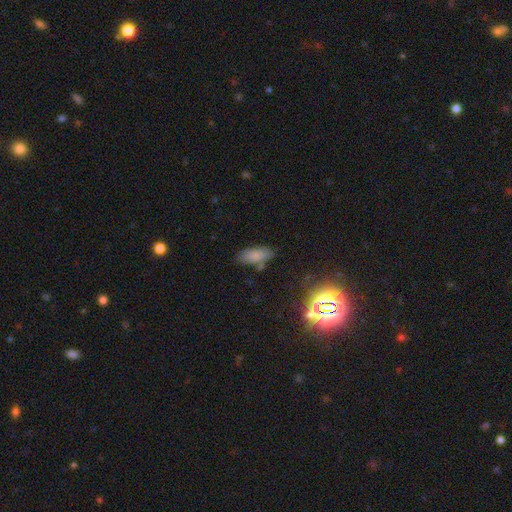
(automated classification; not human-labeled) smooth_or_featured: smooth (p=0.79) [alt: star or artifact p=0.12]
how_rounded: in between (p=0.80) [alt: cigar-shaped p=0.17]
merging: none (p=0.73) [alt: minor disturbance p=0.17]